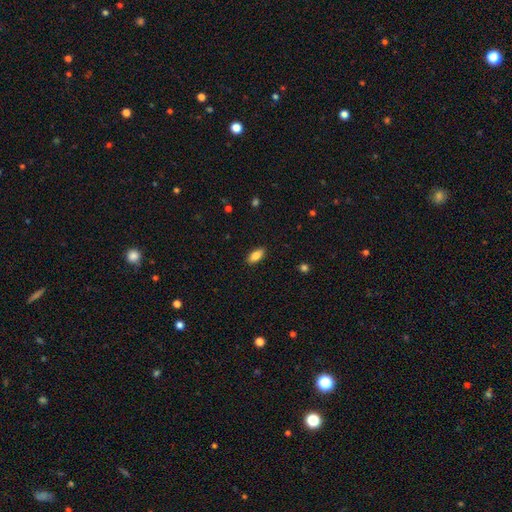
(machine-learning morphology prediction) smooth 85%, featured or disk 8%, star or artifact 7%. Down the decision tree: how rounded — in between (88%); merging — none (89%).